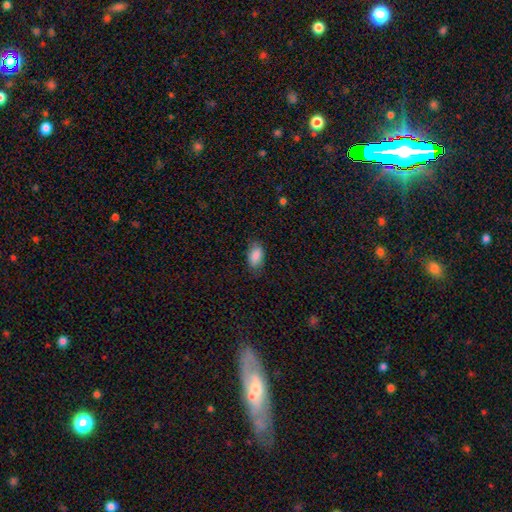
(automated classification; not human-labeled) smooth_or_featured: smooth (p=0.86) [alt: star or artifact p=0.07]
how_rounded: in between (p=0.92) [alt: round p=0.04]
merging: none (p=0.78) [alt: minor disturbance p=0.17]